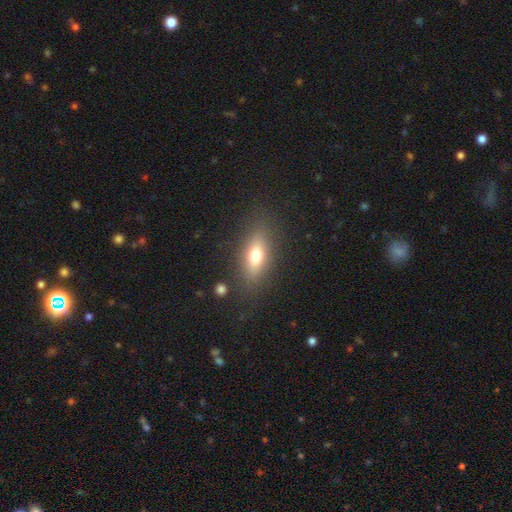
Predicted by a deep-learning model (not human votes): The model was most divided on "smooth or featured": smooth: 67%, featured or disk: 23%, star or artifact: 10%. More confident: merging — none (82%); how rounded — in between (69%).